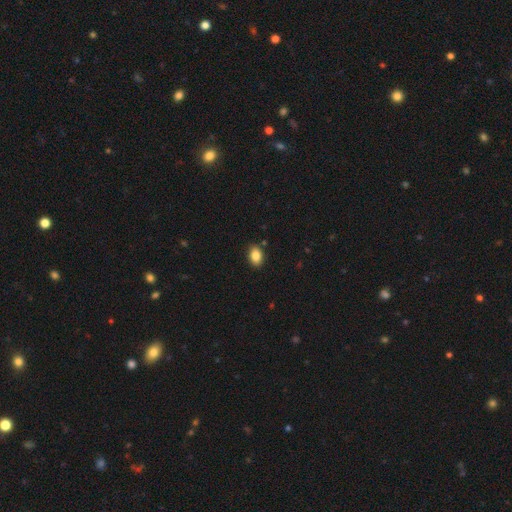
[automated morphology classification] type=smooth (86%); roundness=in between (81%); merging=none (87%).